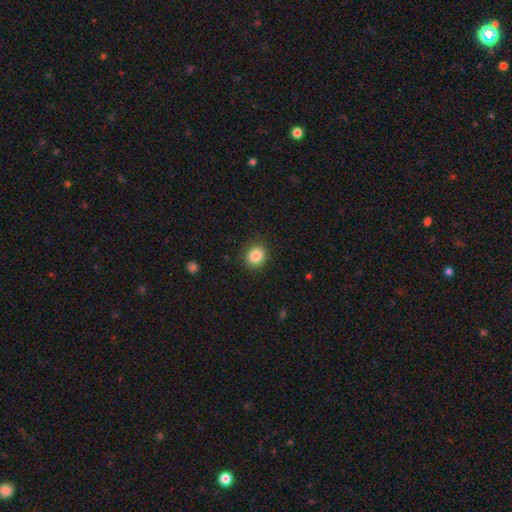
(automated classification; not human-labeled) smooth-or-featured: smooth: 87% | star or artifact: 9% | featured or disk: 4%
  how-rounded: round: 73% | in between: 26% | cigar-shaped: 1%
  merging: none: 87% | minor disturbance: 9% | major disturbance: 3% | merger: 1%